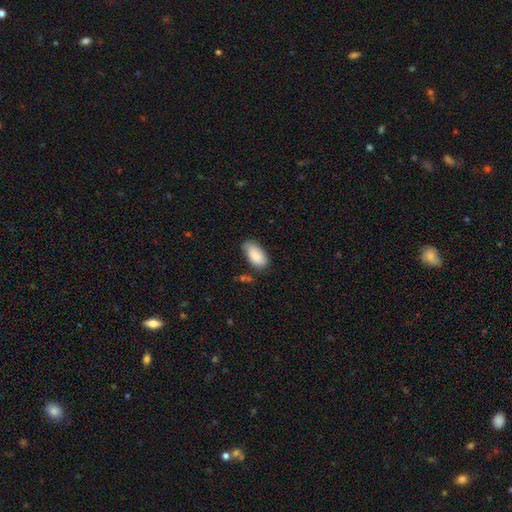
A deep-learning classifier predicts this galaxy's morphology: This is clearly a smooth galaxy (86%). How rounded: clearly in between (94%). Merging: likely none (70%).